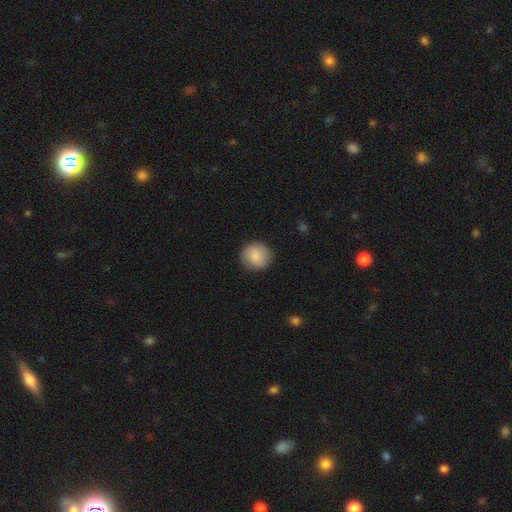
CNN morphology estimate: Smooth or featured? smooth (84%)
How rounded? round (90%)
Merging? none (87%)